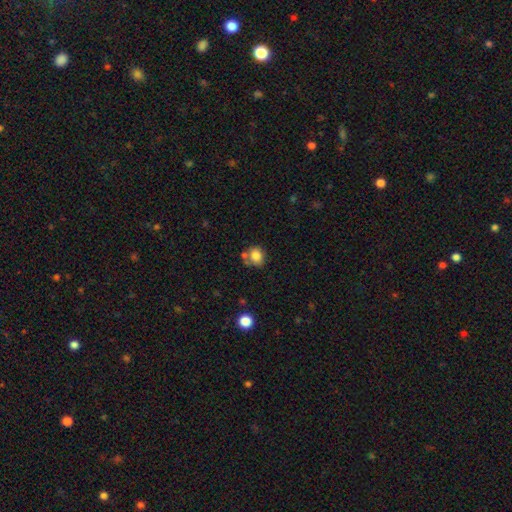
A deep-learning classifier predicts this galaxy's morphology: Smooth or featured? Predicted: smooth (p=0.81). How rounded? Predicted: round (p=0.68). Merging? Predicted: none (p=0.58).